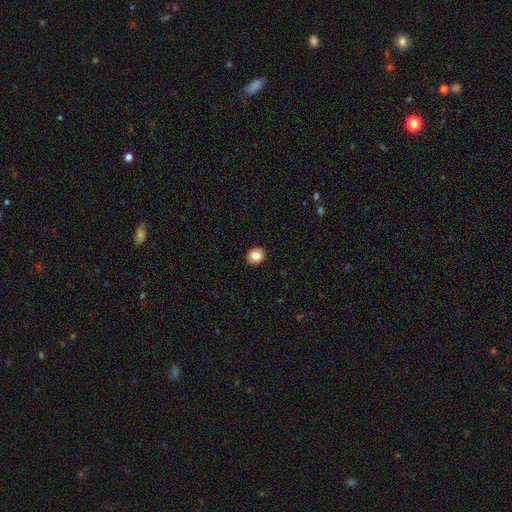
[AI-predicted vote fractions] smooth 84%, star or artifact 9%, featured or disk 7%. Down the decision tree: how rounded — round (68%); merging — none (92%).